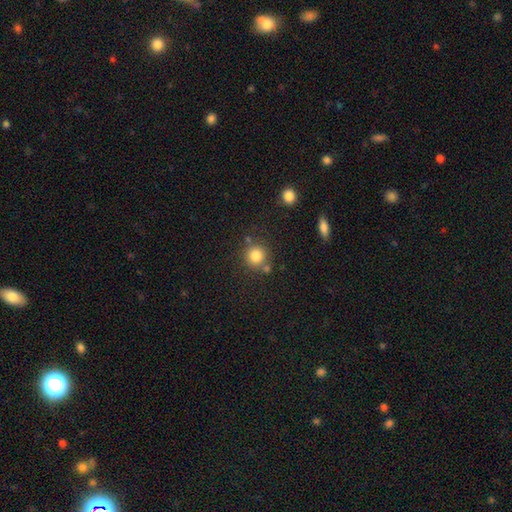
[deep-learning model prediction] smooth 82%, star or artifact 11%, featured or disk 7%. Down the decision tree: how rounded — round (90%); merging — none (72%).